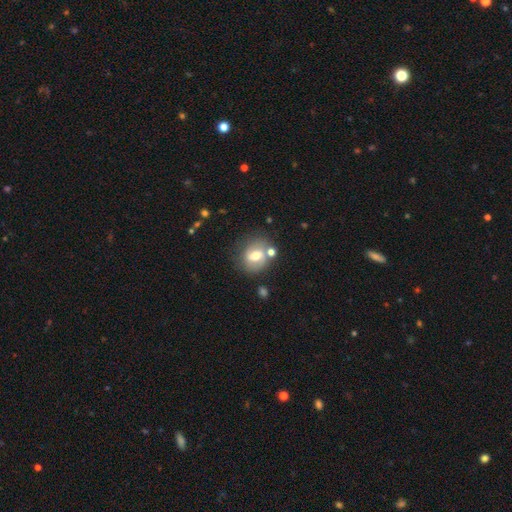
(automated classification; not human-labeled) This is possibly a smooth galaxy (52%). How rounded: likely round (66%). Merging: likely none (65%).